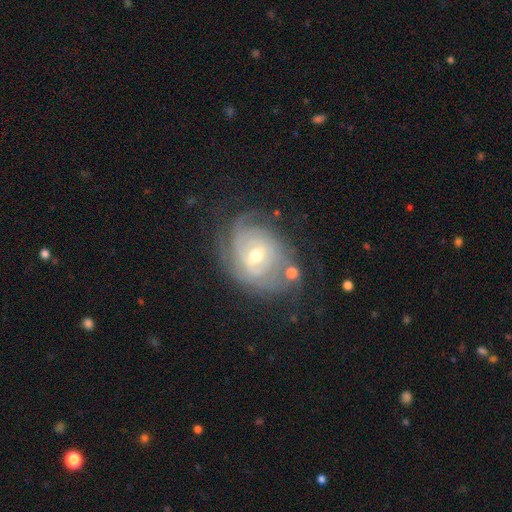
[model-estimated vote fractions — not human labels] Morphology: type=featured or disk (83%); edge-on=no (96%); bar=weak (48%); spiral arms=yes (92%); winding=tight (72%); arm count=can't tell (41%); bulge=moderate (62%); merging=none (64%).